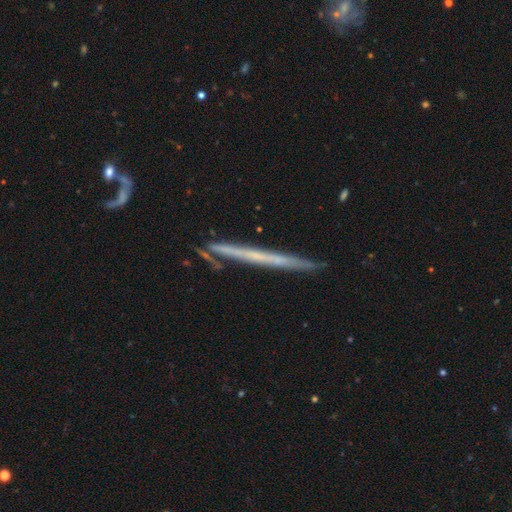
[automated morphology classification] smooth_or_featured: featured or disk (p=0.62) [alt: smooth p=0.30]
disk_edge_on: yes (p=0.95) [alt: no p=0.05]
edge_on_bulge: none (p=0.89) [alt: rounded p=0.08]
merging: none (p=0.82) [alt: minor disturbance p=0.13]